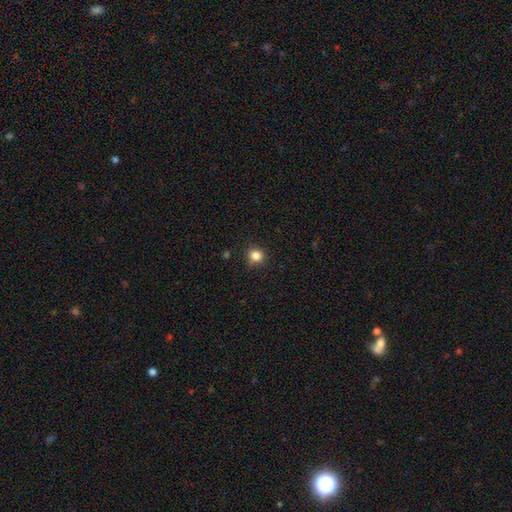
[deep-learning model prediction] The model was most divided on "smooth or featured": smooth: 83%, star or artifact: 12%, featured or disk: 4%. More confident: how rounded — round (90%); merging — none (85%).